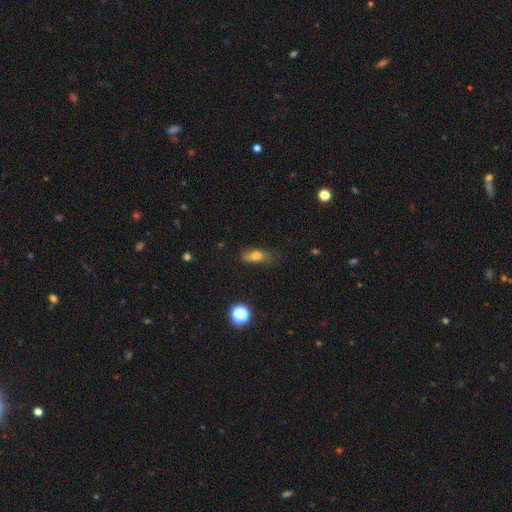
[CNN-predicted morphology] This appears to be a smooth galaxy with no disk features (73%) that is in between round and cigar-shaped (71%). Merging: none (54%).